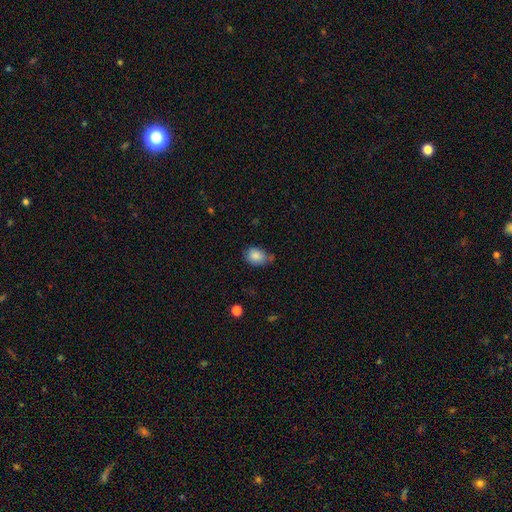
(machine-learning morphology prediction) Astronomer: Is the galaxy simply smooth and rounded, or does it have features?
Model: smooth — 85%.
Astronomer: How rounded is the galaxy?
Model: in between — 62% (runner-up: round, 37%).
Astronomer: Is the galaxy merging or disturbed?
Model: none — 54% (runner-up: minor disturbance, 34%).